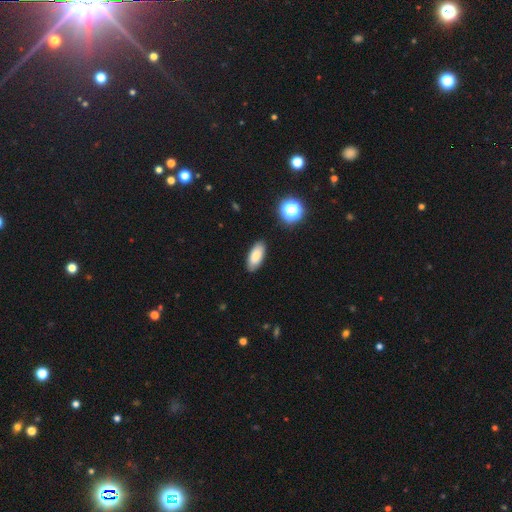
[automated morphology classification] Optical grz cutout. It shows a smooth galaxy with no disk features (85%) that is in between round and cigar-shaped (88%). Merging: none (88%).